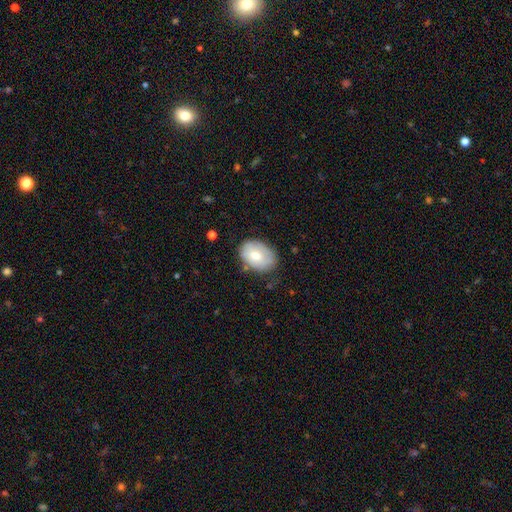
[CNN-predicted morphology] smooth-or-featured: smooth: 68% | featured or disk: 26% | star or artifact: 6%
  how-rounded: in between: 78% | round: 21% | cigar-shaped: 1%
  merging: none: 73% | minor disturbance: 20% | major disturbance: 5% | merger: 2%